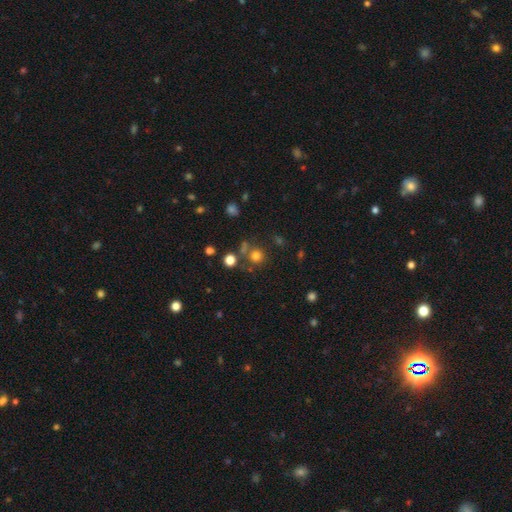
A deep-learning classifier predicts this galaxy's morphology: smooth 73%, star or artifact 19%, featured or disk 8%. Down the decision tree: how rounded — round (90%); merging — none (70%).